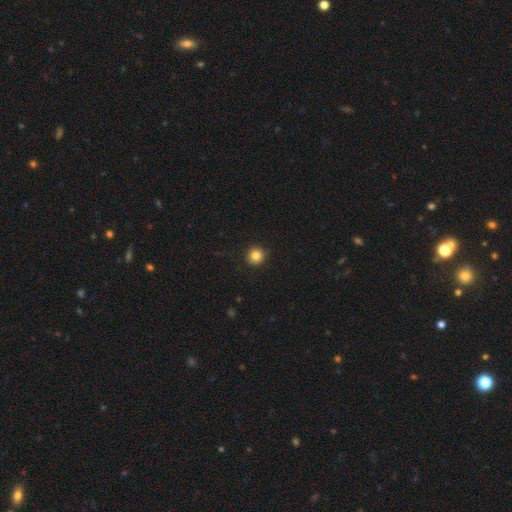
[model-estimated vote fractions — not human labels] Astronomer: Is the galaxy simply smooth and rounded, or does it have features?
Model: smooth — 84%.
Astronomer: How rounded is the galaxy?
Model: round — 94%.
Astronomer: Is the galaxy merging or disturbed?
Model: none — 92%.